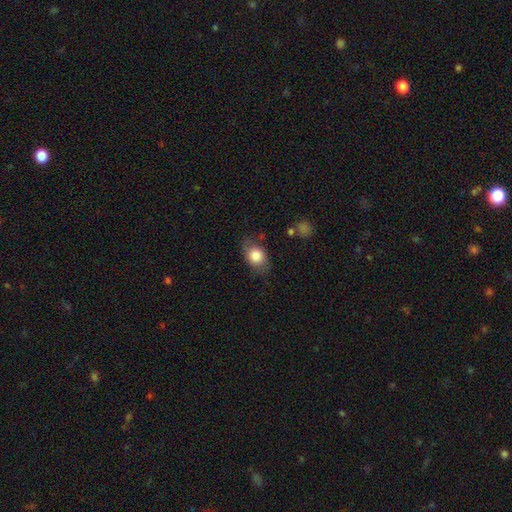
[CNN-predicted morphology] Smooth or featured? smooth (81%)
How rounded? in between (67%)
Merging? none (72%)